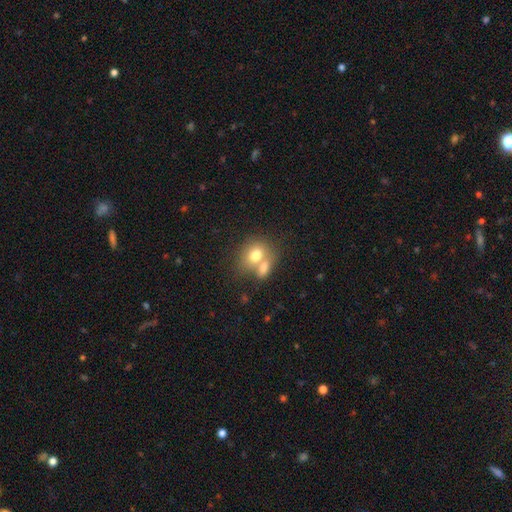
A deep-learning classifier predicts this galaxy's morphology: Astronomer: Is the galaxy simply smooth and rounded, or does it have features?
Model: smooth — 74%.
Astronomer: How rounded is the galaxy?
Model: in between — 56% (runner-up: round, 42%).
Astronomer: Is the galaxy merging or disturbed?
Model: merger — 53% (runner-up: none, 34%).